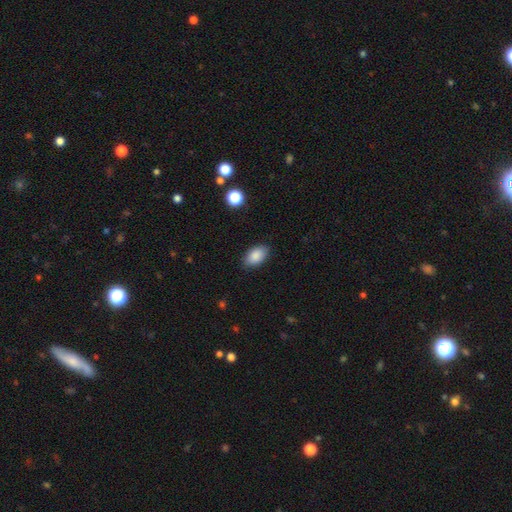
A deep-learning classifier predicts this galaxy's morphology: This appears to be a smooth galaxy with no disk features (87%) that is in between round and cigar-shaped (92%). Merging: none (86%).